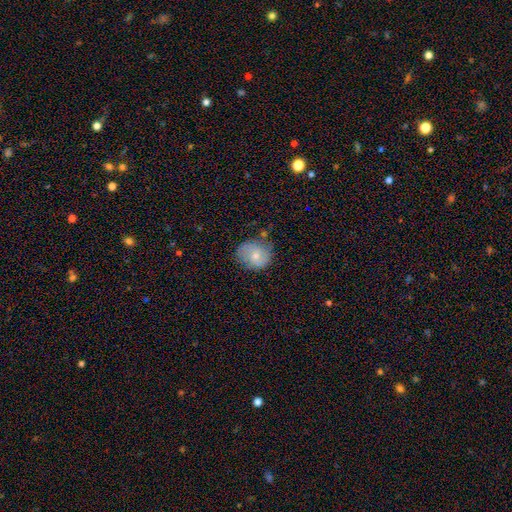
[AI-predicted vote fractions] smooth-or-featured: smooth: 56% | featured or disk: 37% | star or artifact: 8%
  how-rounded: round: 72% | in between: 27% | cigar-shaped: 1%
  merging: none: 64% | minor disturbance: 25% | major disturbance: 7% | merger: 4%